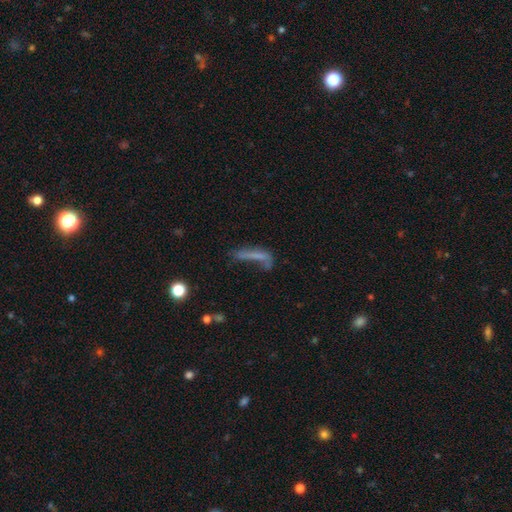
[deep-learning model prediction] Q: Smooth or featured?
A: smooth (54%); runner-up: featured or disk (32%)
Q: How rounded?
A: cigar-shaped (80%); runner-up: in between (17%)
Q: Merging?
A: major disturbance (34%); tied with: none (34%)